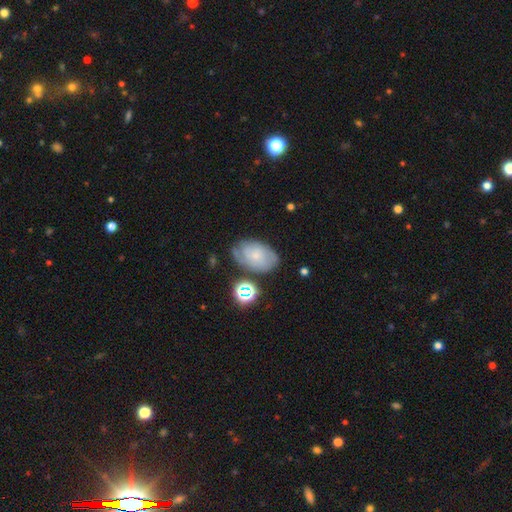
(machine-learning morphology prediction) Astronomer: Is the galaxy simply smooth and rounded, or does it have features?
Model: featured or disk — 52% (runner-up: smooth, 37%).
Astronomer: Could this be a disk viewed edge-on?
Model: no — 95%.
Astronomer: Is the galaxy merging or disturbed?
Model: none — 62%.